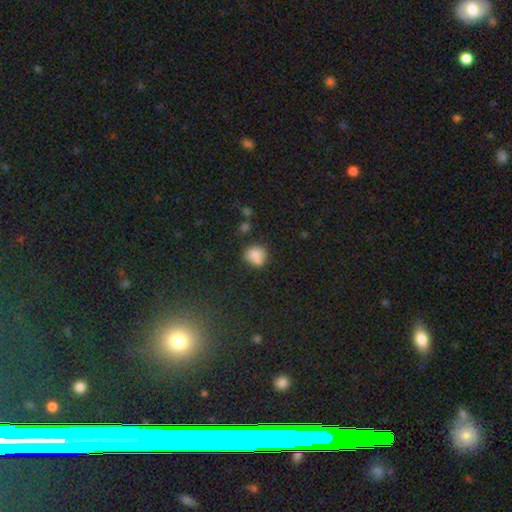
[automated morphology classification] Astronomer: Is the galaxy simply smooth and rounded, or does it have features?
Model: smooth — 76%.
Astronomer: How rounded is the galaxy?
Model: round — 82%.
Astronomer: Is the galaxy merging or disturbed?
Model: none — 54%.